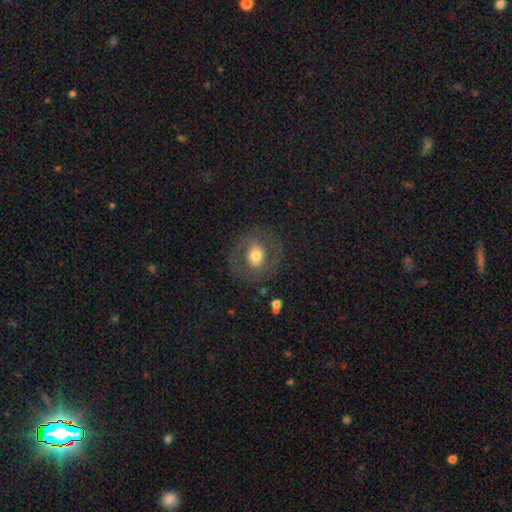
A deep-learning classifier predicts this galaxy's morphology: This appears to be a smooth galaxy with no disk features (48%). Merging: none (78%).